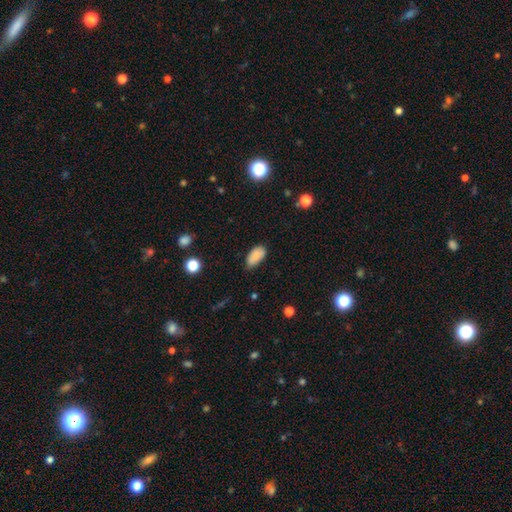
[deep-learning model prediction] A smooth galaxy with no disk features (87%) that is in between round and cigar-shaped (93%). Merging: none (72%).